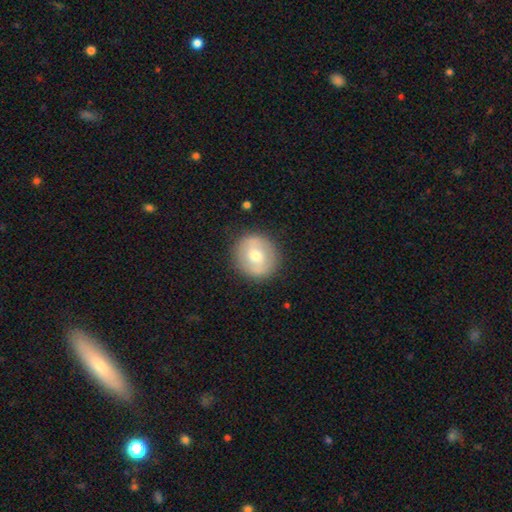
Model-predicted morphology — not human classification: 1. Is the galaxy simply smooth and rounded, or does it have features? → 54% smooth, 39% featured or disk, 7% star or artifact.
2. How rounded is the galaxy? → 90% round, 9% in between, 1% cigar-shaped.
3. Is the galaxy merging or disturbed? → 87% none, 9% minor disturbance, 3% major disturbance, 1% merger.